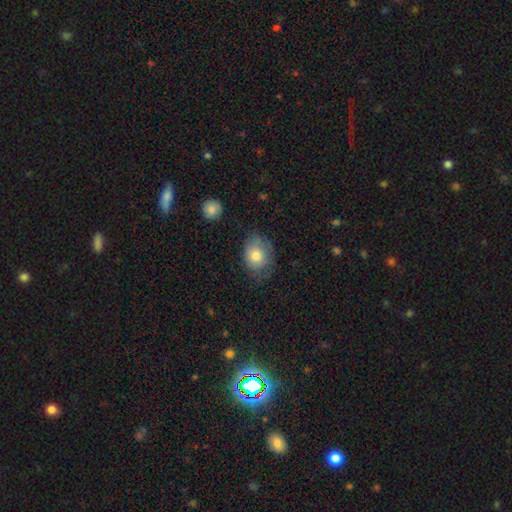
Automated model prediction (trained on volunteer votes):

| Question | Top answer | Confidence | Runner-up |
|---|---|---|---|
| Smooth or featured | smooth | 77% | featured or disk (14%) |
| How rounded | in between | 51% | round (48%) |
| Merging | none | 61% | minor disturbance (27%) |